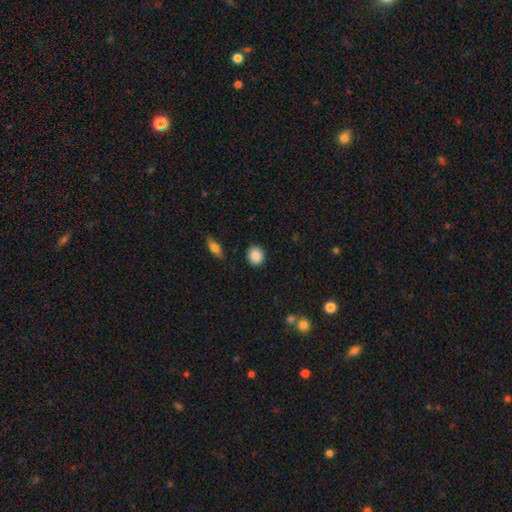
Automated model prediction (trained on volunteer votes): A smooth galaxy with no disk features (88%) that is round (79%).

Vote fractions:
- Smooth or featured? smooth: 88% / star or artifact: 8% / featured or disk: 5%
- How rounded? round: 79% / in between: 20% / cigar-shaped: 1%
- Merging? none: 88% / minor disturbance: 8% / major disturbance: 2% / merger: 2%